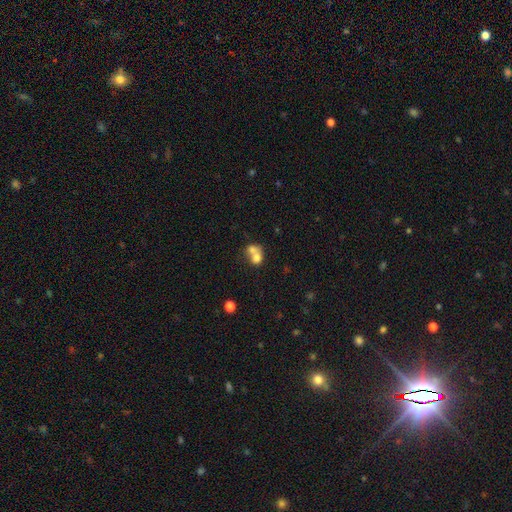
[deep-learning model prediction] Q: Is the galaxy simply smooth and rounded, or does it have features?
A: smooth — 69%.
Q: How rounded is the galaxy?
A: round — 60%.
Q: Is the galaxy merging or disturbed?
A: merger — 69%.